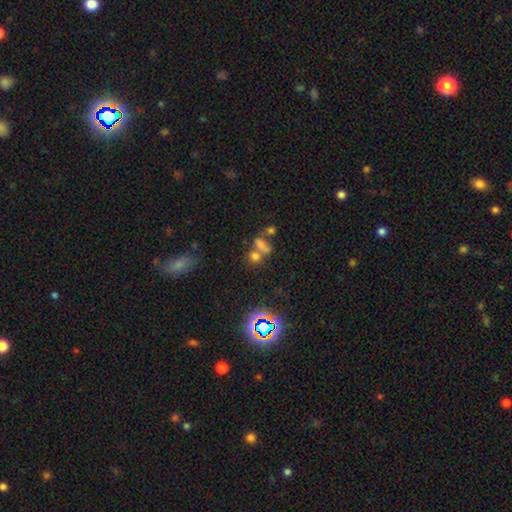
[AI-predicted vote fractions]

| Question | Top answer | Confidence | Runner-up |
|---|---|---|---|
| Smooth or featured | smooth | 56% | star or artifact (30%) |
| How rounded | in between | 47% | round (45%) |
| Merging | merger | 45% | none (40%) |